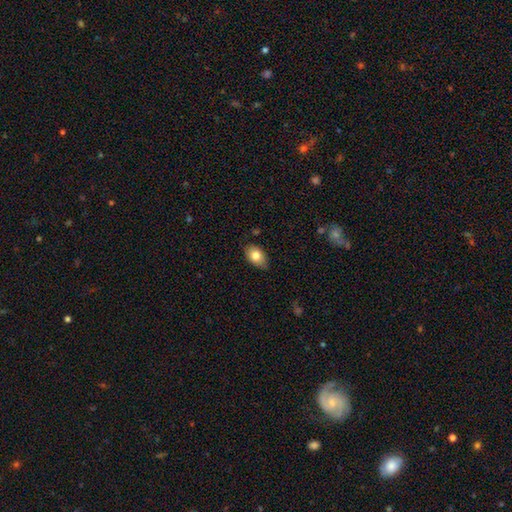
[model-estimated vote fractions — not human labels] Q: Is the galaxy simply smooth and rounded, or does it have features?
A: smooth — 79%.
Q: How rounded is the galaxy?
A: in between — 86%.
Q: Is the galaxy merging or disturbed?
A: none — 80%.